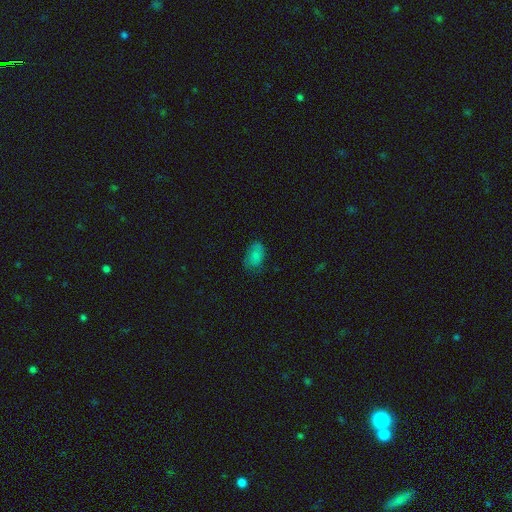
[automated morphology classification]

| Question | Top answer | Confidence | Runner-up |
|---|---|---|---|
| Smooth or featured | smooth | 79% | featured or disk (11%) |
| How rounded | in between | 89% | round (10%) |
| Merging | none | 65% | minor disturbance (26%) |